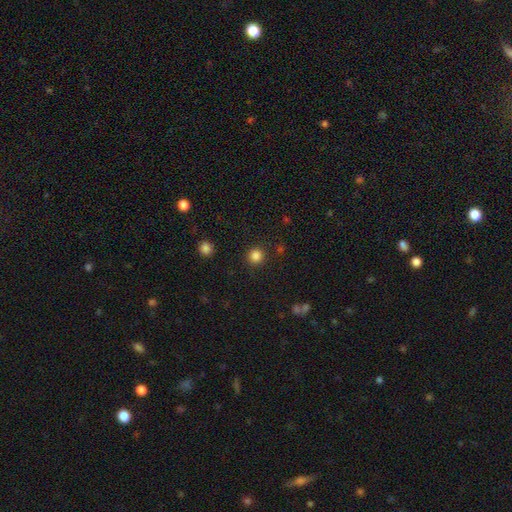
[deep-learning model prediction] Overall: smooth (84%). How rounded: round (93%). Merging: none (90%).